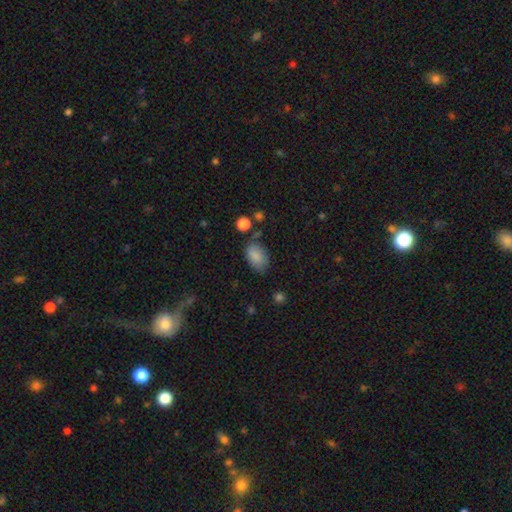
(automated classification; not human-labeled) smooth_or_featured: smooth (p=0.85) [alt: star or artifact p=0.08]
how_rounded: in between (p=0.89) [alt: round p=0.10]
merging: none (p=0.66) [alt: minor disturbance p=0.23]